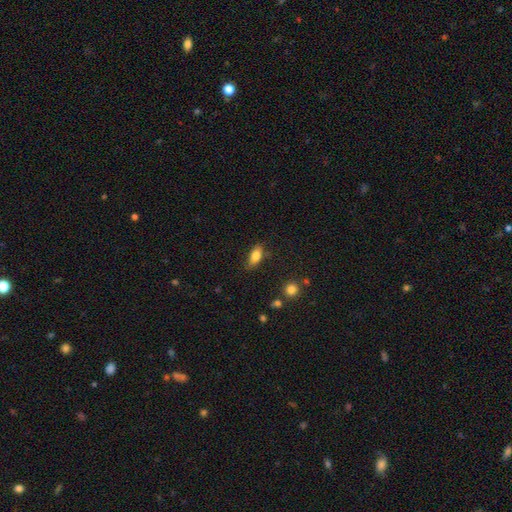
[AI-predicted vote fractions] A smooth galaxy with no disk features (81%) that is in between round and cigar-shaped (82%).

Vote fractions:
- Smooth or featured? smooth: 81% / featured or disk: 11% / star or artifact: 8%
- How rounded? in between: 82% / cigar-shaped: 15% / round: 4%
- Merging? none: 79% / minor disturbance: 16% / major disturbance: 3% / merger: 2%